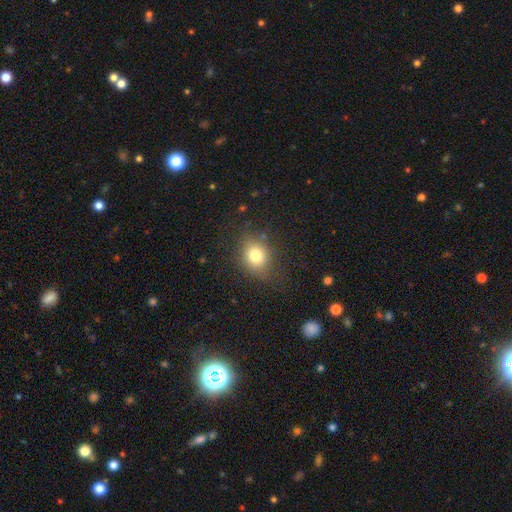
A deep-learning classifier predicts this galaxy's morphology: smooth-or-featured: smooth: 77% | star or artifact: 12% | featured or disk: 11%
  how-rounded: round: 60% | in between: 39% | cigar-shaped: 1%
  merging: none: 75% | minor disturbance: 17% | major disturbance: 7% | merger: 2%